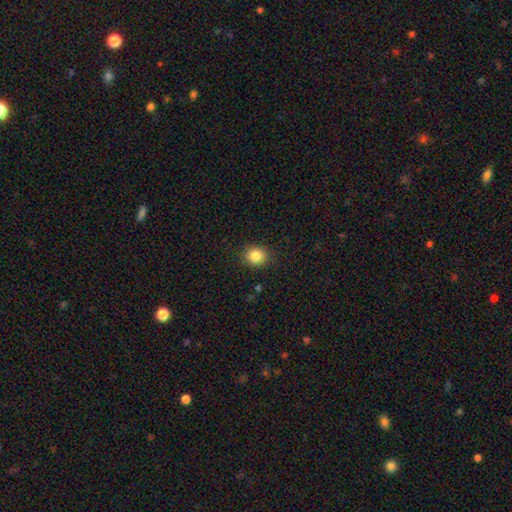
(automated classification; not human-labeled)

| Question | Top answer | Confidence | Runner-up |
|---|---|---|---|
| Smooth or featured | smooth | 85% | star or artifact (10%) |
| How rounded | round | 78% | in between (21%) |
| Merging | none | 90% | minor disturbance (7%) |